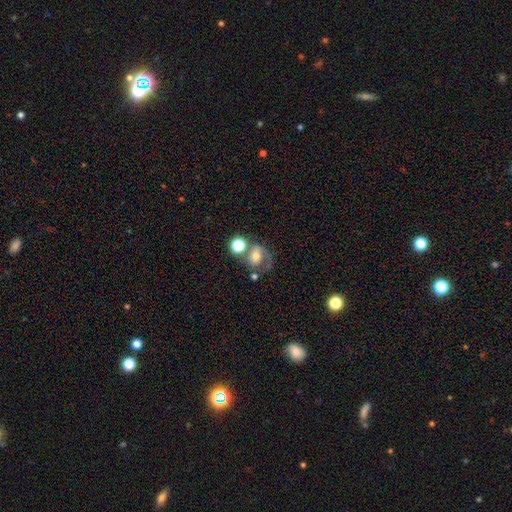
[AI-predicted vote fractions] Smooth or featured?
  - featured or disk: 48% *
  - smooth: 40%
  - star or artifact: 12%
Merging?
  - none: 37% *
  - merger: 30%
  - major disturbance: 18%
  - minor disturbance: 16%